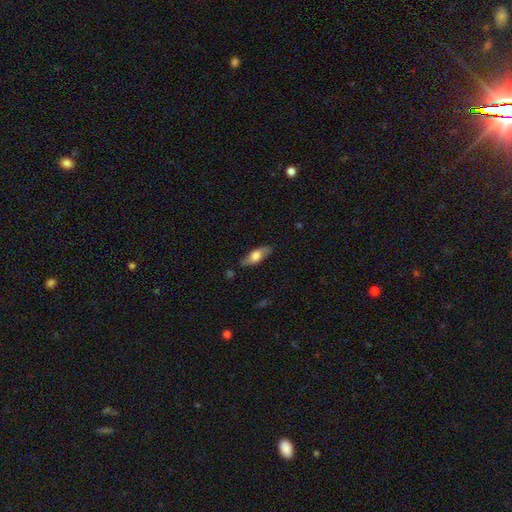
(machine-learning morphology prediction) The model was most divided on "smooth or featured": smooth: 57%, featured or disk: 37%, star or artifact: 6%. More confident: merging — none (82%); how rounded — in between (67%).